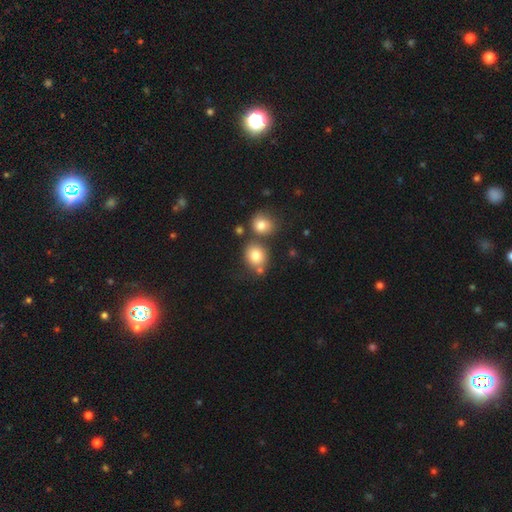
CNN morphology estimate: Smooth or featured?
  - smooth: 80% *
  - star or artifact: 11%
  - featured or disk: 9%
How rounded?
  - round: 70% *
  - in between: 29%
  - cigar-shaped: 1%
Merging?
  - none: 59% *
  - merger: 25%
  - minor disturbance: 12%
  - major disturbance: 4%